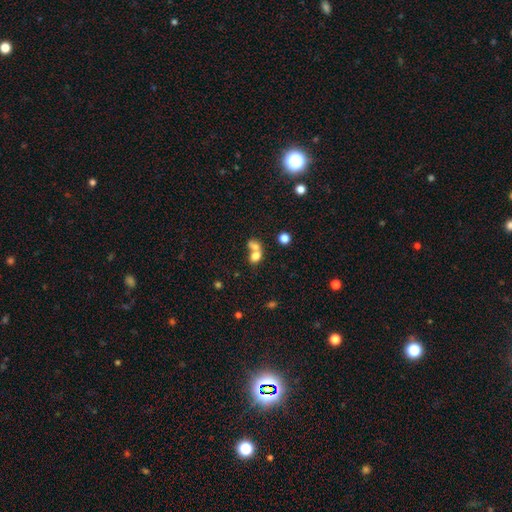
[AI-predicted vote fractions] The model was most divided on "how rounded": in between: 56%, round: 43%, cigar-shaped: 2%. More confident: smooth or featured — smooth (73%); merging — merger (67%).